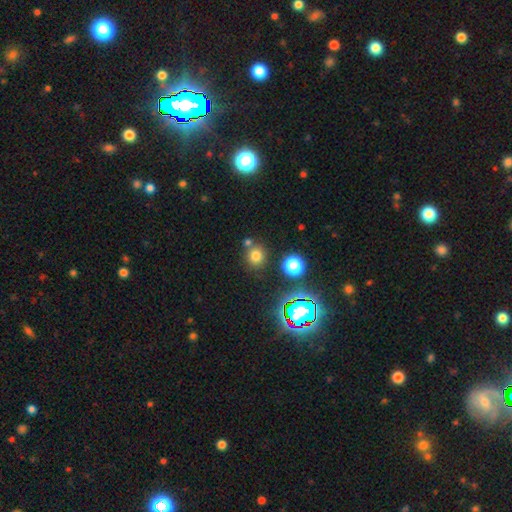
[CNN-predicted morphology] Smooth or featured? Predicted: smooth (p=0.70). How rounded? Predicted: round (p=0.86). Merging? Predicted: none (p=0.74).